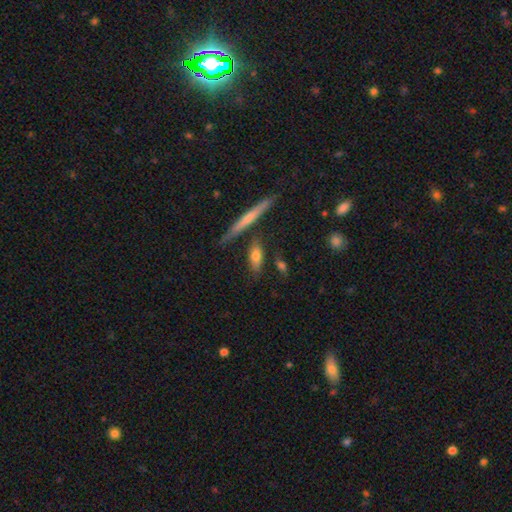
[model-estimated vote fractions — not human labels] smooth_or_featured: smooth (p=0.66) [alt: featured or disk p=0.26]
how_rounded: in between (p=0.50) [alt: cigar-shaped p=0.46]
merging: none (p=0.71) [alt: minor disturbance p=0.16]